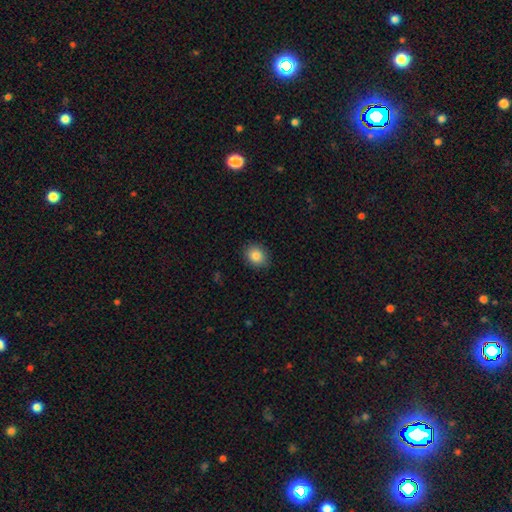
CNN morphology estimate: Smooth or featured?
  - smooth: 85% *
  - star or artifact: 9%
  - featured or disk: 6%
How rounded?
  - round: 63% *
  - in between: 36%
  - cigar-shaped: 1%
Merging?
  - none: 88% *
  - minor disturbance: 9%
  - major disturbance: 2%
  - merger: 1%